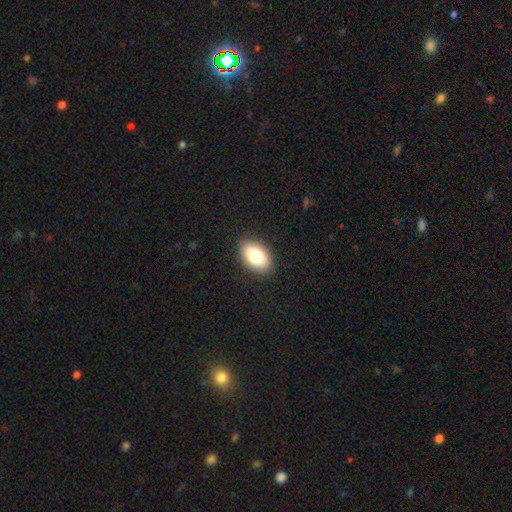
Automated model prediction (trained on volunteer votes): Smooth or featured: smooth — 81% (featured or disk — 11%)
How rounded: in between — 91% (round — 7%)
Merging: none — 89% (minor disturbance — 8%)